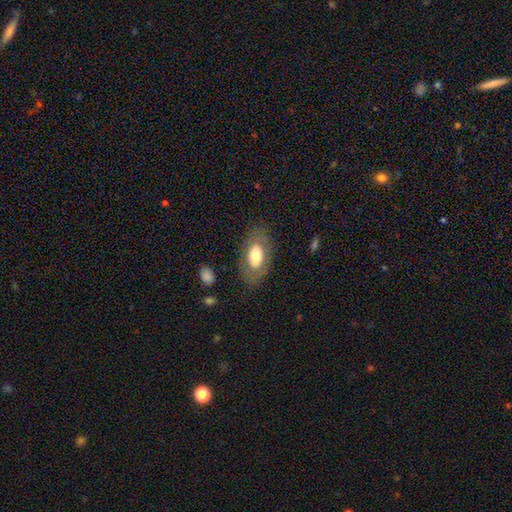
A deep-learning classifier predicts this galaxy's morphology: This appears to be a smooth galaxy with no disk features (60%) that is in between round and cigar-shaped (91%). Merging: none (79%).